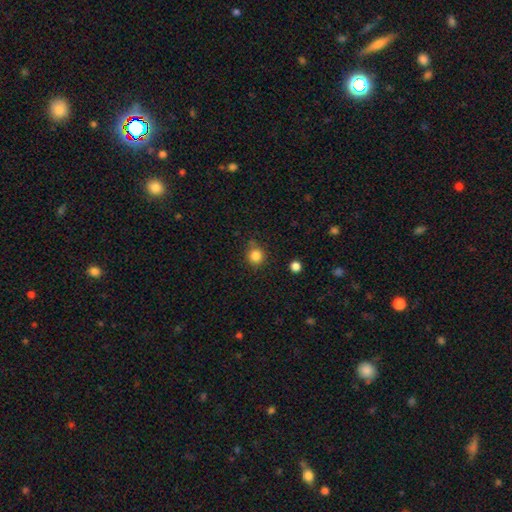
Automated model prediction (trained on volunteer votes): smooth-or-featured: smooth: 84% | star or artifact: 12% | featured or disk: 4%
  how-rounded: round: 91% | in between: 8% | cigar-shaped: 1%
  merging: none: 78% | minor disturbance: 15% | major disturbance: 4% | merger: 4%